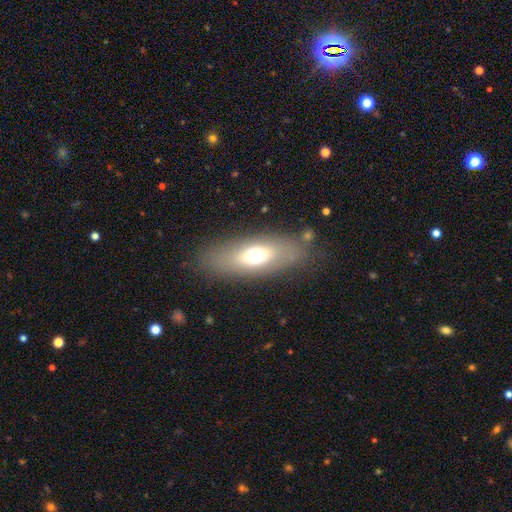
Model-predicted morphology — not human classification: Smooth or featured? Predicted: smooth (p=0.61). How rounded? Predicted: in between (p=0.73). Merging? Predicted: none (p=0.81).